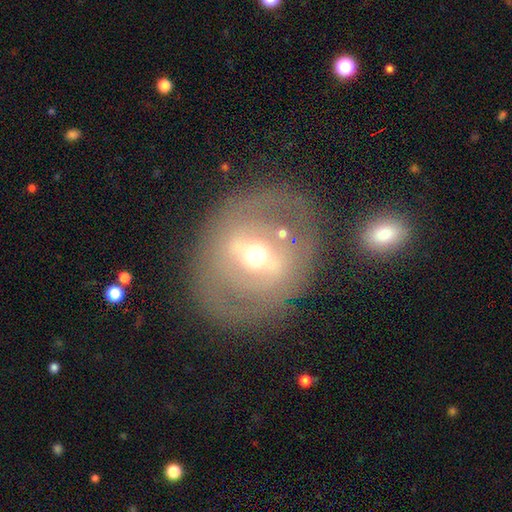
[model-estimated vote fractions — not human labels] smooth-or-featured: featured or disk: 67% | smooth: 26% | star or artifact: 7%
  disk-edge-on: no: 91% | yes: 9%
    bar: strong: 46% | weak: 35% | no: 18%
    has-spiral-arms: no: 69% | yes: 31%
    bulge-size: moderate: 62% | small: 29% | large: 6% | dominant: 1% | none: 1%
  merging: none: 77% | minor disturbance: 12% | major disturbance: 7% | merger: 5%